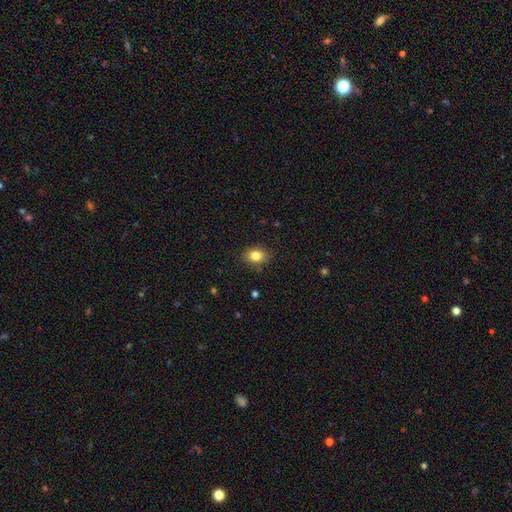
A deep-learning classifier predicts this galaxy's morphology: type=smooth (83%); roundness=in between (64%); merging=none (84%).